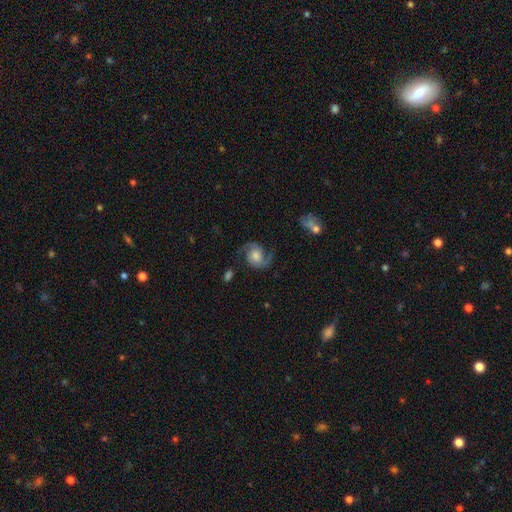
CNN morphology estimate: A featured or disk galaxy (84%) with no bar (69%), 2 (92%) medium (52%) spiral arms (97%) and a moderate central bulge (47%).

Vote fractions:
- Smooth or featured? featured or disk: 84% / smooth: 10% / star or artifact: 7%
- Edge-on disk? no: 98% / yes: 2%
- Bar? no: 69% / weak: 26% / strong: 5%
- Spiral arms? yes: 97% / no: 3%
- Spiral winding? medium: 52% / loose: 31% / tight: 18%
- Spiral arm count? 2: 92% / 1: 2% / can't tell: 2% / 3: 2% / 4: 1% / more than 4: 1%
- Bulge size? moderate: 47% / large: 21% / small: 21% / none: 7% / dominant: 3%
- Merging? none: 73% / minor disturbance: 16% / major disturbance: 9% / merger: 2%